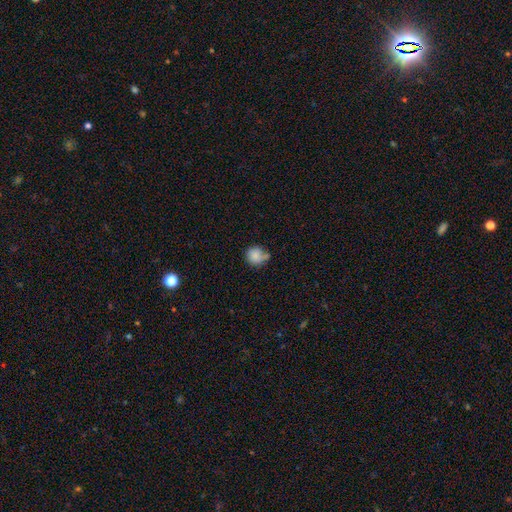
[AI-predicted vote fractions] Overall: smooth (85%). How rounded: round (87%). Merging: none (56%; minor disturbance 24%).